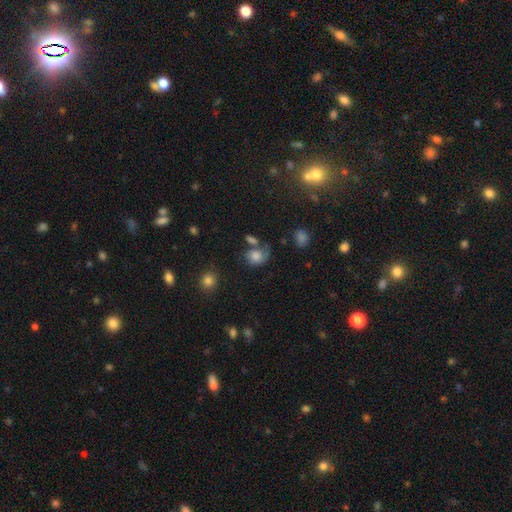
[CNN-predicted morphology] A smooth galaxy with no disk features (68%) that is round (56%).

Vote fractions:
- Smooth or featured? smooth: 68% / featured or disk: 21% / star or artifact: 11%
- How rounded? round: 56% / in between: 43% / cigar-shaped: 1%
- Merging? none: 34% / major disturbance: 23% / merger: 23% / minor disturbance: 20%